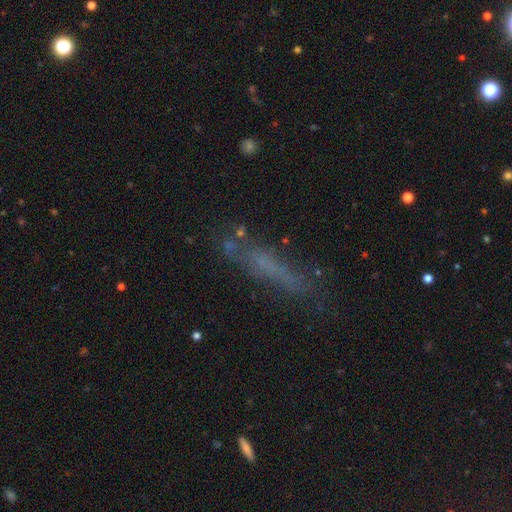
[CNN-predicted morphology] type=smooth (43%); merging=none (63%).